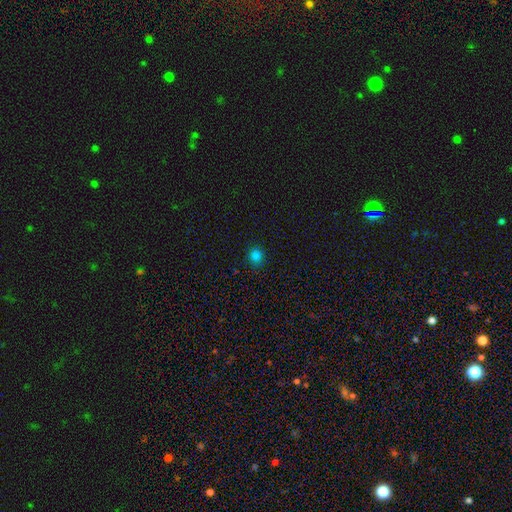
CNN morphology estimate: The model was most divided on "smooth or featured": smooth: 81%, star or artifact: 16%, featured or disk: 3%. More confident: merging — none (90%); how rounded — round (88%).